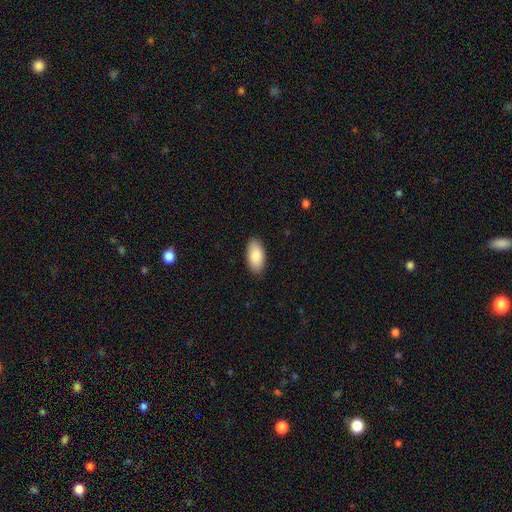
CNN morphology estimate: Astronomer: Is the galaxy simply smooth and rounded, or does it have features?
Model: smooth — 85%.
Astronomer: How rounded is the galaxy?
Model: in between — 94%.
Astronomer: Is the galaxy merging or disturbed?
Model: none — 89%.